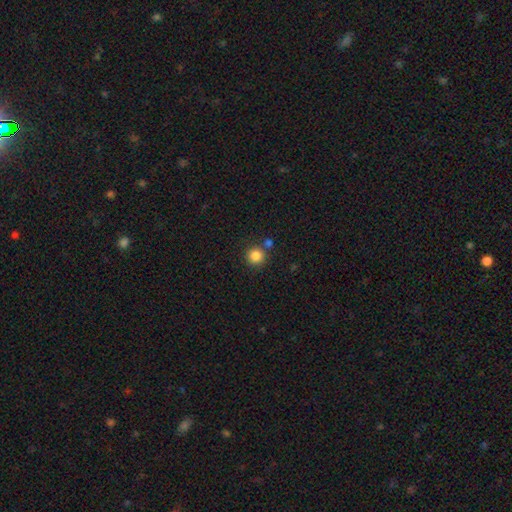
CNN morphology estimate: smooth_or_featured: smooth (p=0.85) [alt: star or artifact p=0.11]
how_rounded: round (p=0.94) [alt: in between p=0.05]
merging: none (p=0.78) [alt: merger p=0.12]